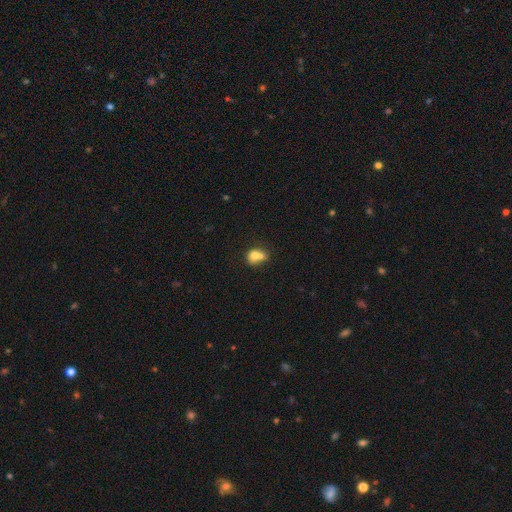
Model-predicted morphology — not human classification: Overall: smooth (70%). How rounded: round (55%; in between 44%). Merging: merger (54%; none 28%).